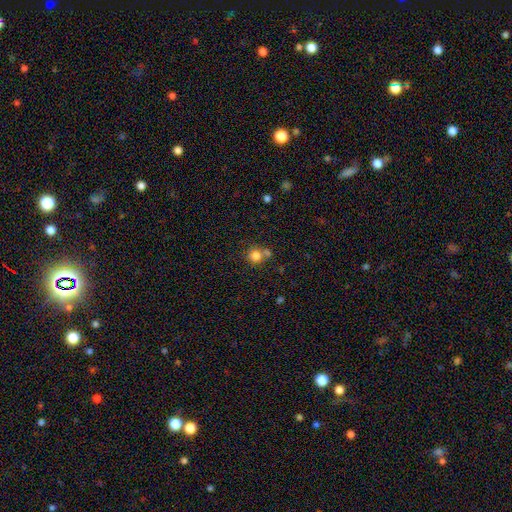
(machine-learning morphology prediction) Smooth or featured?
  - smooth: 81% *
  - star or artifact: 12%
  - featured or disk: 7%
How rounded?
  - round: 90% *
  - in between: 9%
  - cigar-shaped: 1%
Merging?
  - none: 59% *
  - merger: 28%
  - minor disturbance: 10%
  - major disturbance: 4%